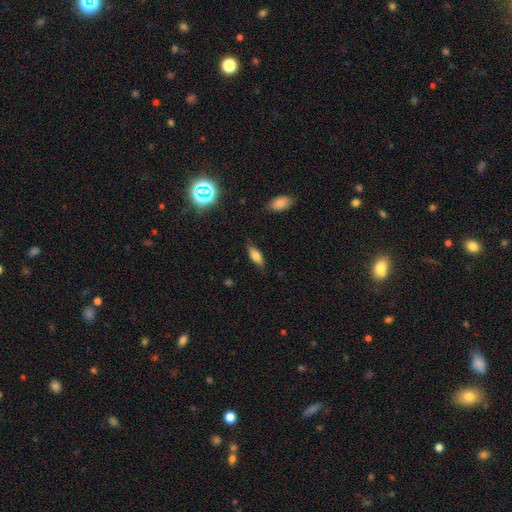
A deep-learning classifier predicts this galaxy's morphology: The model was most divided on "how rounded": in between: 70%, cigar-shaped: 27%, round: 3%. More confident: merging — none (81%); smooth or featured — smooth (73%).